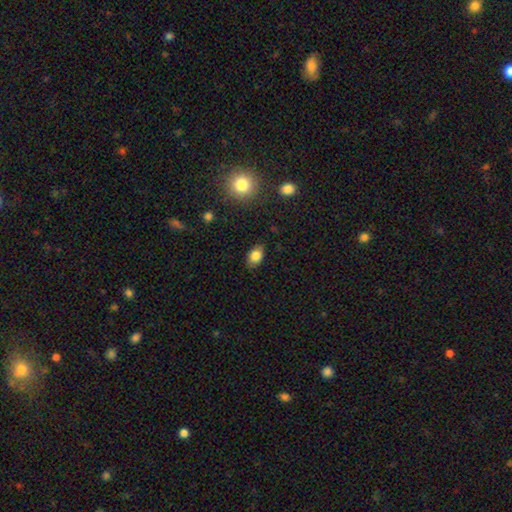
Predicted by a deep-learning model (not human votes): A smooth galaxy with no disk features (82%) that is in between round and cigar-shaped (82%).

Vote fractions:
- Smooth or featured? smooth: 82% / star or artifact: 9% / featured or disk: 9%
- How rounded? in between: 82% / round: 16% / cigar-shaped: 2%
- Merging? none: 84% / minor disturbance: 12% / major disturbance: 3% / merger: 1%